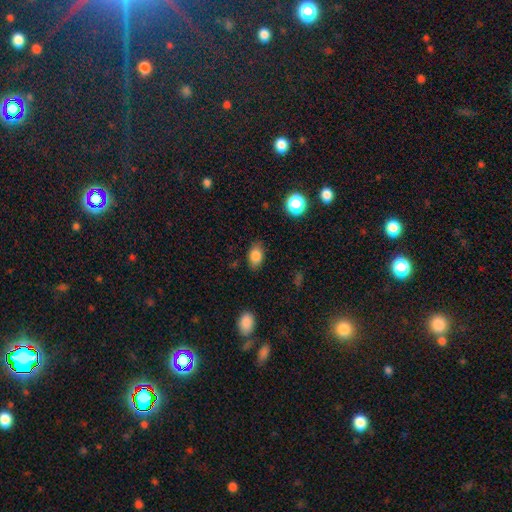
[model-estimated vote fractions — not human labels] Smooth or featured: smooth — 84% (star or artifact — 9%)
How rounded: in between — 87% (round — 11%)
Merging: none — 84% (minor disturbance — 11%)